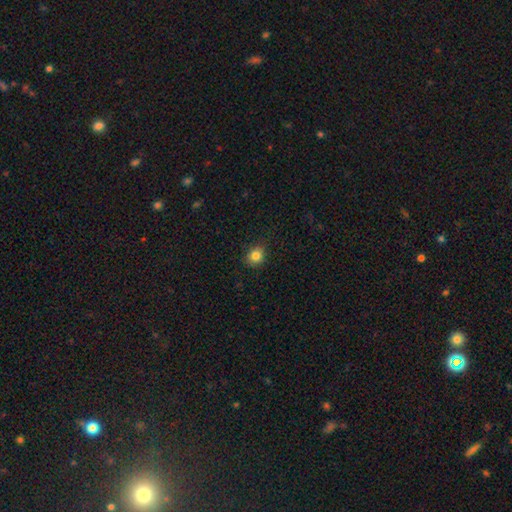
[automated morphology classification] Overall: smooth (83%). How rounded: round (75%). Merging: none (86%).